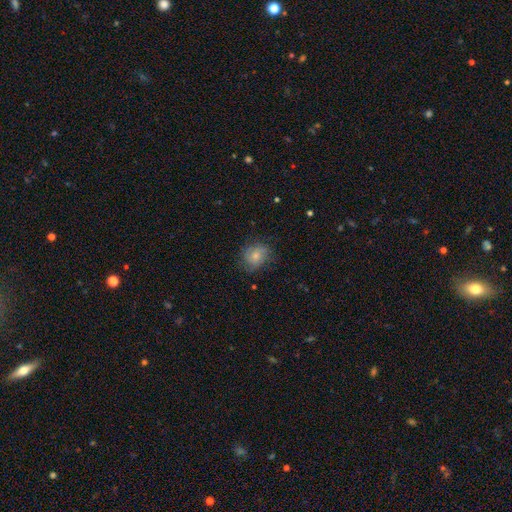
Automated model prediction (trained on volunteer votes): A smooth galaxy with no disk features (68%) that is round (61%). Merging: none (68%).